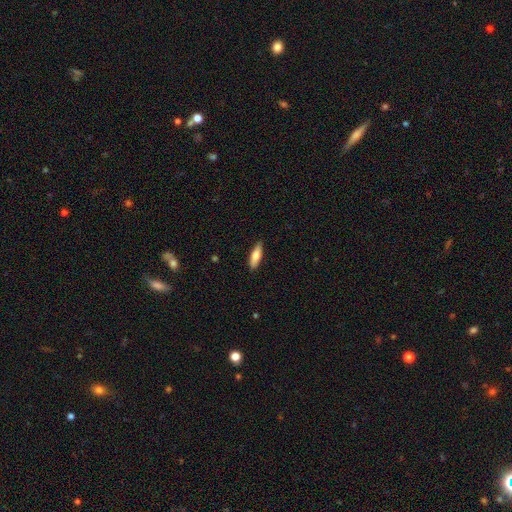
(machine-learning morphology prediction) Smooth or featured? Predicted: smooth (p=0.77). How rounded? Predicted: in between (p=0.49, tied with cigar-shaped). Merging? Predicted: none (p=0.87).